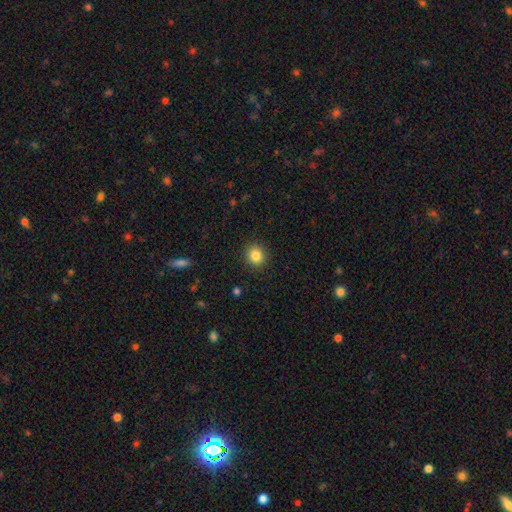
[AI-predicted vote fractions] Q: Smooth or featured?
A: smooth (84%); runner-up: star or artifact (11%)
Q: How rounded?
A: round (84%); runner-up: in between (15%)
Q: Merging?
A: none (91%); runner-up: minor disturbance (6%)